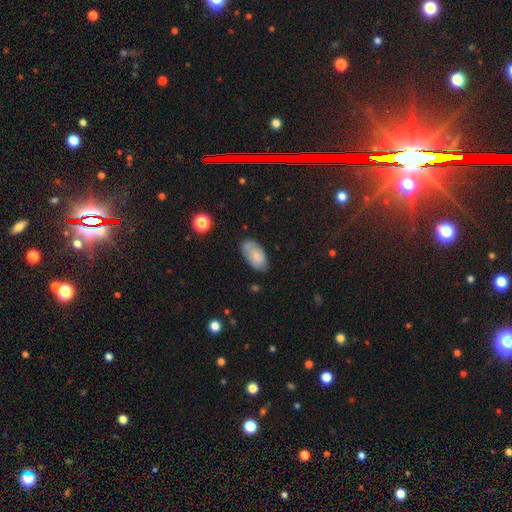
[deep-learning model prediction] Morphology: type=smooth (67%); roundness=in between (94%); merging=none (68%).